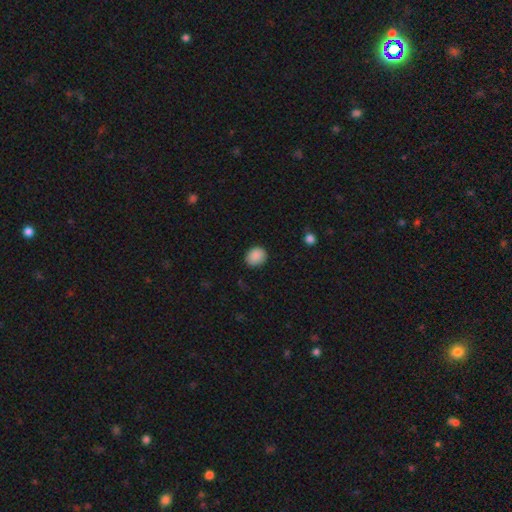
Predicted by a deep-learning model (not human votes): Overall: smooth (88%). How rounded: round (61%; in between 39%). Merging: none (84%).